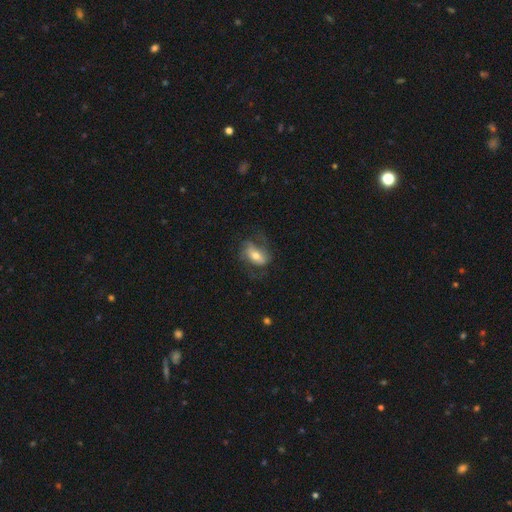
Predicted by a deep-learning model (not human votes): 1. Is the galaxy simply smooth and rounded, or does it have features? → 47% featured or disk, 44% smooth, 8% star or artifact.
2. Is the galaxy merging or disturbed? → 53% none, 23% minor disturbance, 22% major disturbance, 2% merger.